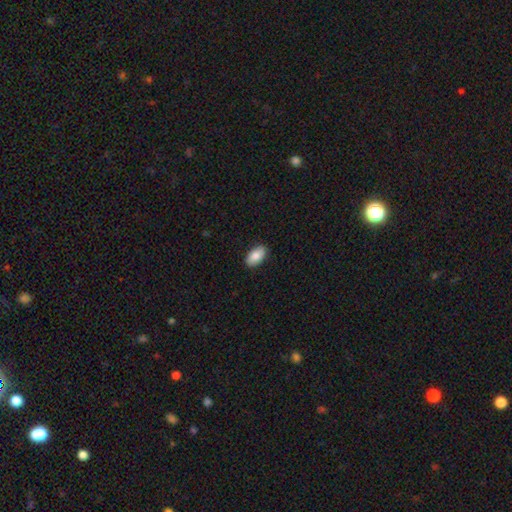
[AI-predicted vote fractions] smooth 83%, featured or disk 10%, star or artifact 6%. Down the decision tree: how rounded — in between (94%); merging — none (88%).